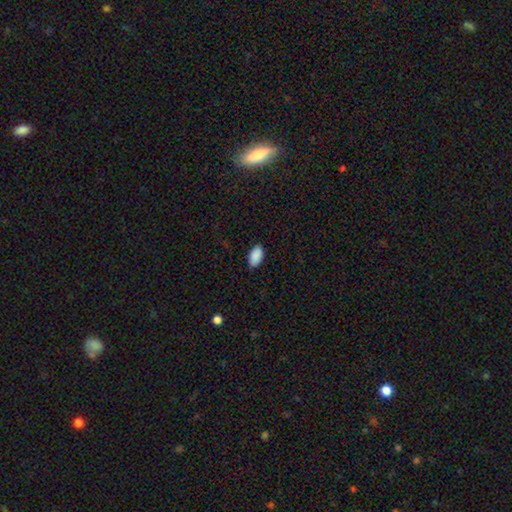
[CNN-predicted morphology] The model was most divided on "merging": none: 87%, minor disturbance: 10%, major disturbance: 2%, merger: 1%. More confident: how rounded — in between (95%); smooth or featured — smooth (90%).